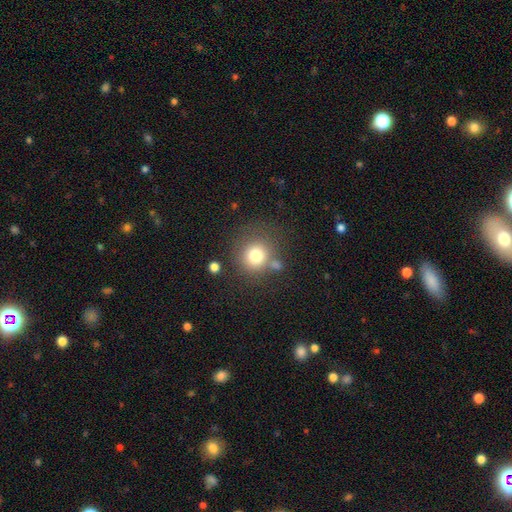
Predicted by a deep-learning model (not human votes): Smooth or featured? smooth (77%)
How rounded? round (89%)
Merging? none (69%)